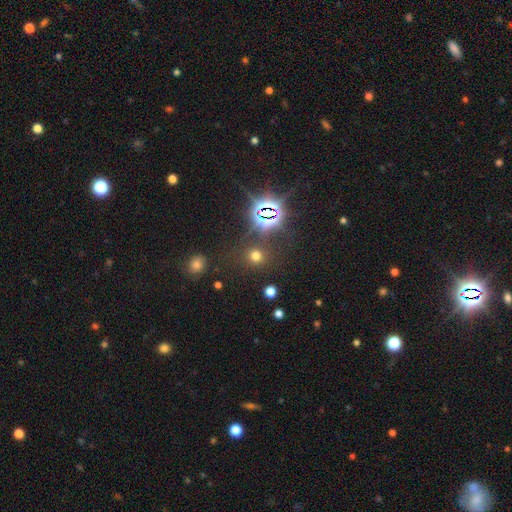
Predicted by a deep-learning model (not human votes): Smooth or featured? Predicted: smooth (p=0.60). How rounded? Predicted: round (p=0.88). Merging? Predicted: none (p=0.83).